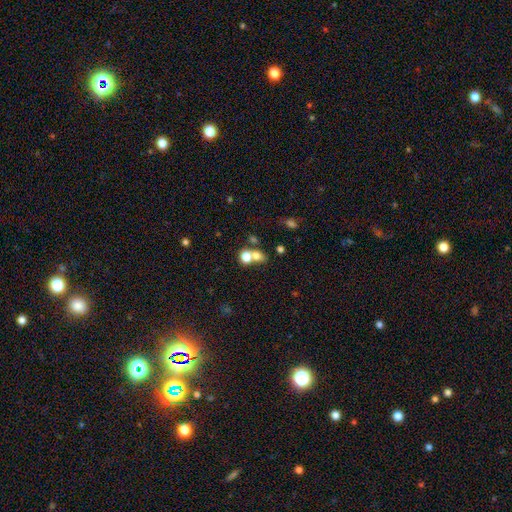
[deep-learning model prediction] This is likely a smooth galaxy (72%). How rounded: likely round (63%). Merging: possibly merger (52%).